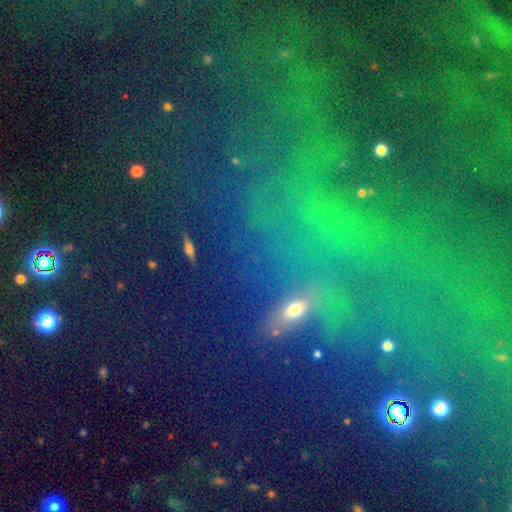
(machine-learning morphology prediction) Q: Smooth or featured?
A: star or artifact (57%); runner-up: smooth (23%)